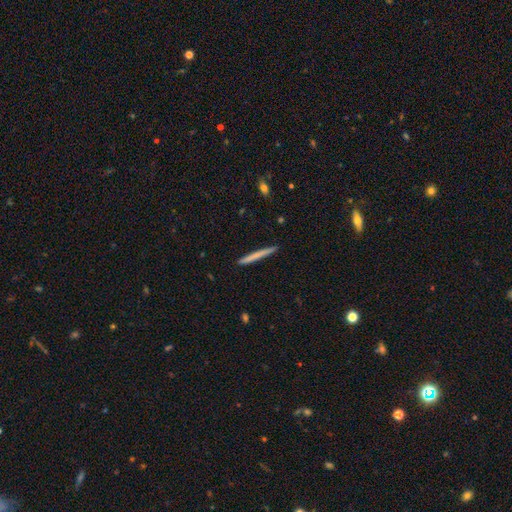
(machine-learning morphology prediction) This is likely a smooth galaxy (66%). How rounded: clearly cigar-shaped (97%). Merging: clearly none (92%).